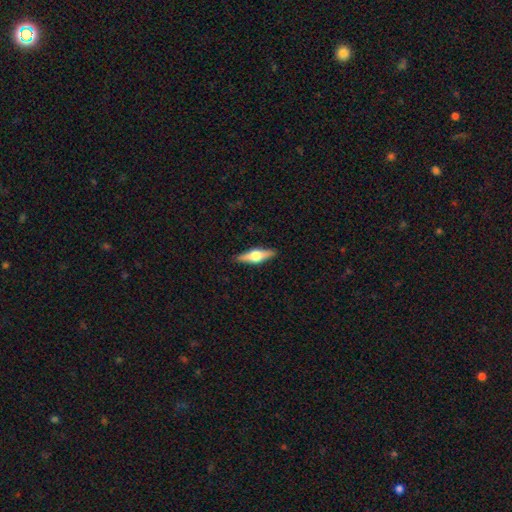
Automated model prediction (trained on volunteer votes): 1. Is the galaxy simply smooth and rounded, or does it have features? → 62% featured or disk, 32% smooth, 6% star or artifact.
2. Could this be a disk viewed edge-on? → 96% yes, 4% no.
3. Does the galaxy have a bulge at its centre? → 95% rounded, 4% boxy, 1% none.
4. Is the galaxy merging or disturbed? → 90% none, 7% minor disturbance, 2% major disturbance, 1% merger.